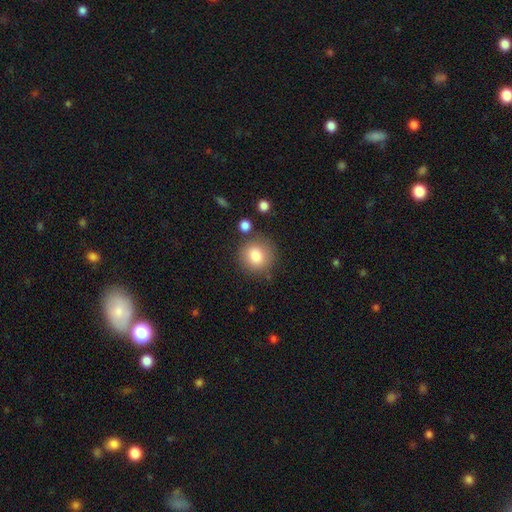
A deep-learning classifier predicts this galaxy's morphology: smooth-or-featured: smooth: 83% | star or artifact: 9% | featured or disk: 8%
  how-rounded: round: 89% | in between: 10% | cigar-shaped: 1%
  merging: none: 79% | minor disturbance: 11% | merger: 6% | major disturbance: 4%